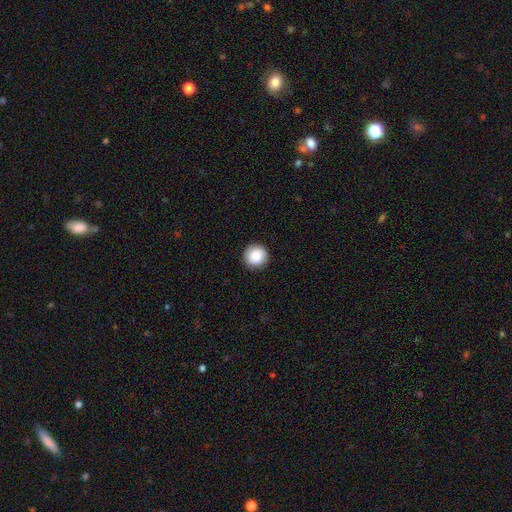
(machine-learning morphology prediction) Smooth or featured? smooth (86%)
How rounded? round (95%)
Merging? none (92%)